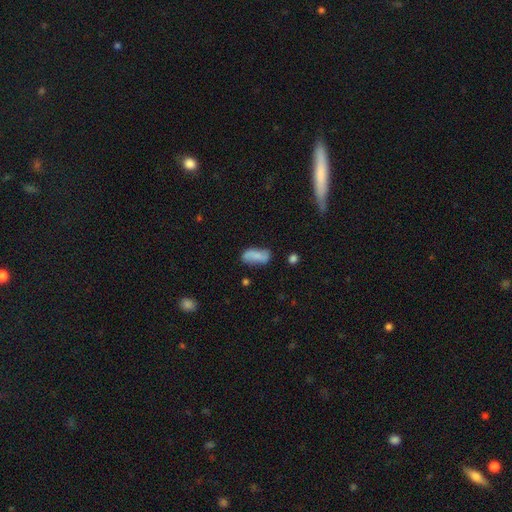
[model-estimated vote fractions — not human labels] Smooth or featured? Predicted: smooth (p=0.67). How rounded? Predicted: in between (p=0.85). Merging? Predicted: none (p=0.63).